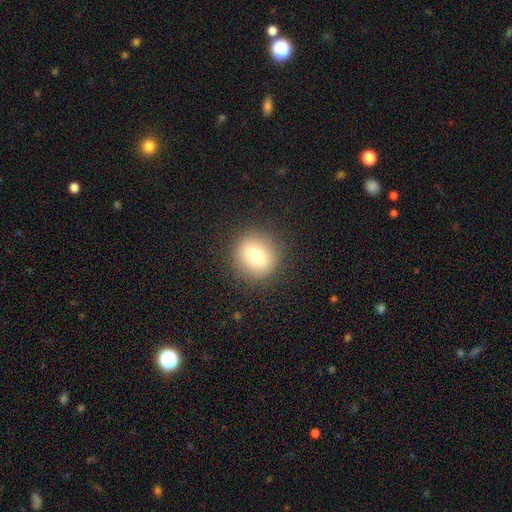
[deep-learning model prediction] This appears to be a smooth galaxy with no disk features (71%) that is round (86%). Merging: none (89%).